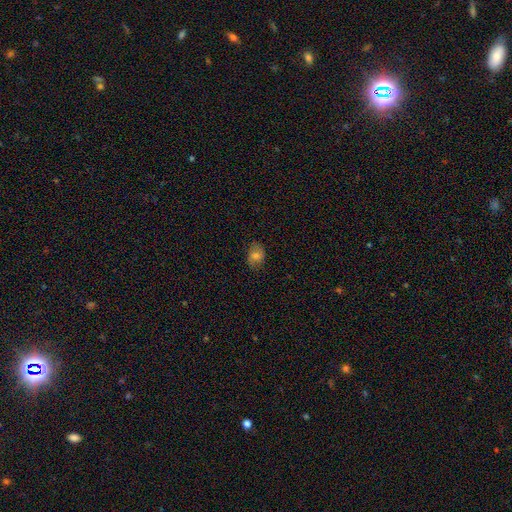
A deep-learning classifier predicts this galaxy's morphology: This appears to be a smooth galaxy with no disk features (67%) that is in between round and cigar-shaped (69%). Merging: none (79%).